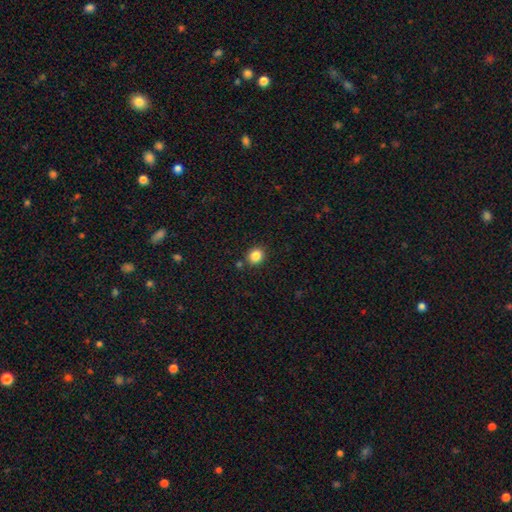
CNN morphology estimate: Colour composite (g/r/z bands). It shows a smooth galaxy with no disk features (85%) that is round (70%). Merging: none (85%).